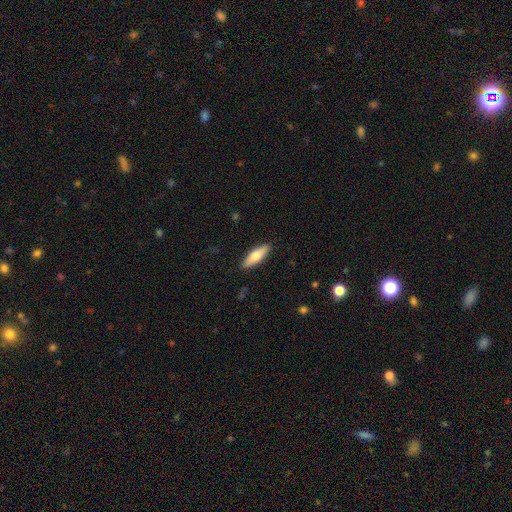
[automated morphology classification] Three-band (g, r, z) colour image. It shows a smooth galaxy with no disk features (65%) that is cigar-shaped (49%, tied with in between). Merging: none (89%).